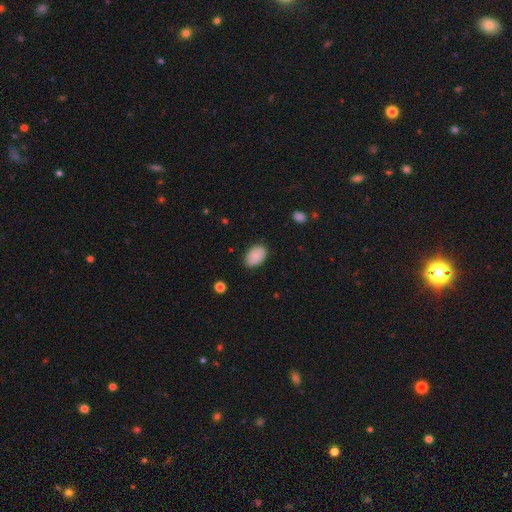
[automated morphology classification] type=smooth (89%); roundness=in between (90%); merging=none (85%).